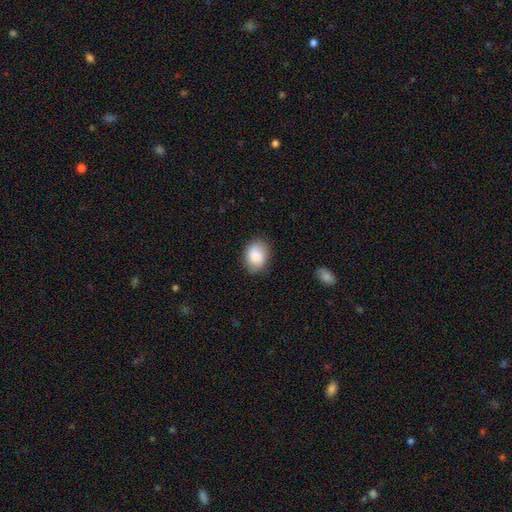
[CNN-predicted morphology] Smooth or featured? smooth (85%)
How rounded? in between (63%)
Merging? none (81%)